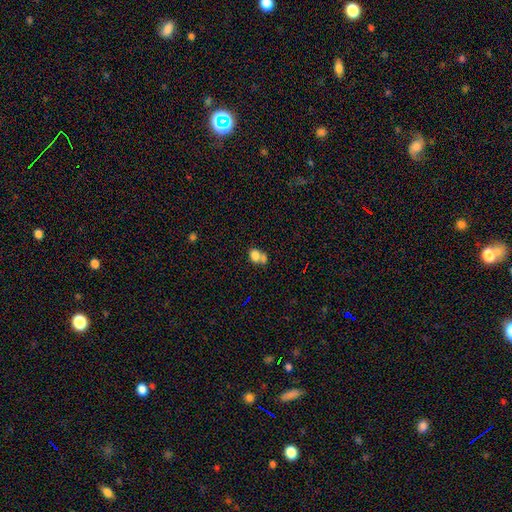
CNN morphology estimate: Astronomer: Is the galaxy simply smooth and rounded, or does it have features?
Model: smooth — 77%.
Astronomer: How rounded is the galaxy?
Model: in between — 59% (runner-up: round, 40%).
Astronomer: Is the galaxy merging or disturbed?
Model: merger — 50% (runner-up: none, 33%).